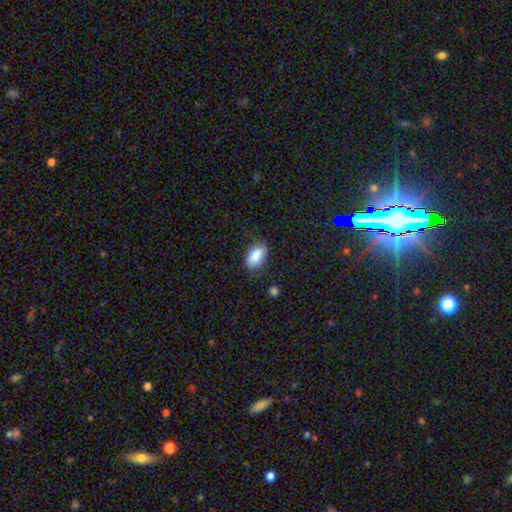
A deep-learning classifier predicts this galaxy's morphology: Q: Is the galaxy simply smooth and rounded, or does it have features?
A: smooth — 86%.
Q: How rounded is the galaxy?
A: in between — 92%.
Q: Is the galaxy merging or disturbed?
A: none — 76%.